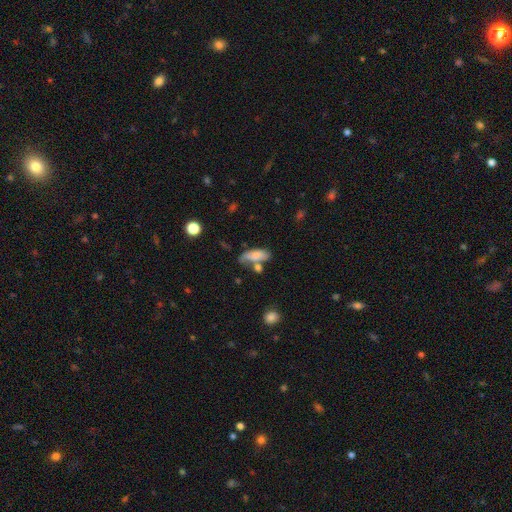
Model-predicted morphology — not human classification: The model was most divided on "merging": none: 44%, merger: 23%, minor disturbance: 23%, major disturbance: 10%. More confident: how rounded — in between (77%); smooth or featured — smooth (75%).